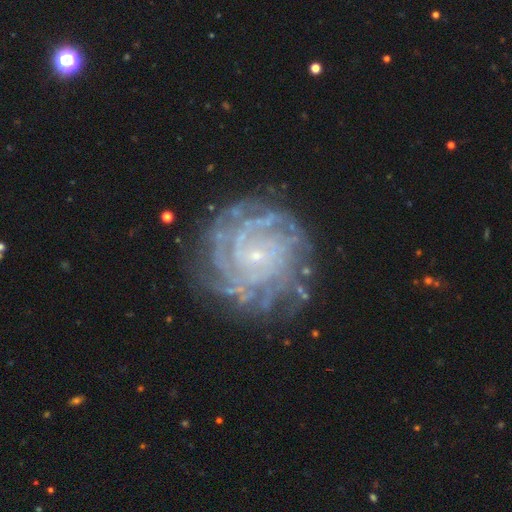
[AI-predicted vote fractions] This appears to be a featured or disk galaxy (88%) with no bar (73%), tight (81%) spiral arms (97%) and a small central bulge (88%). Merging: none (79%).